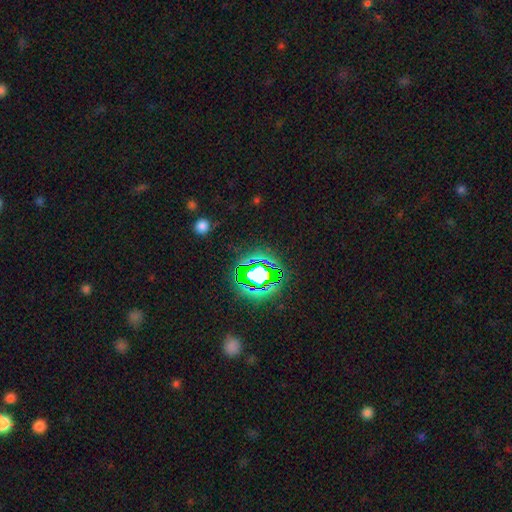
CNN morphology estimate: Smooth or featured?
  - star or artifact: 78% *
  - smooth: 14%
  - featured or disk: 8%